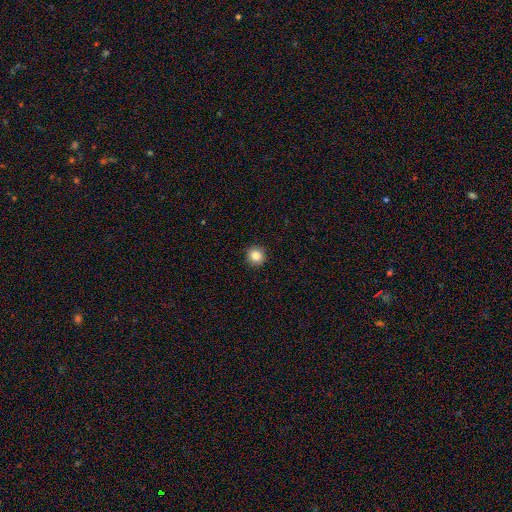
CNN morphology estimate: type=smooth (85%); roundness=round (94%); merging=none (92%).